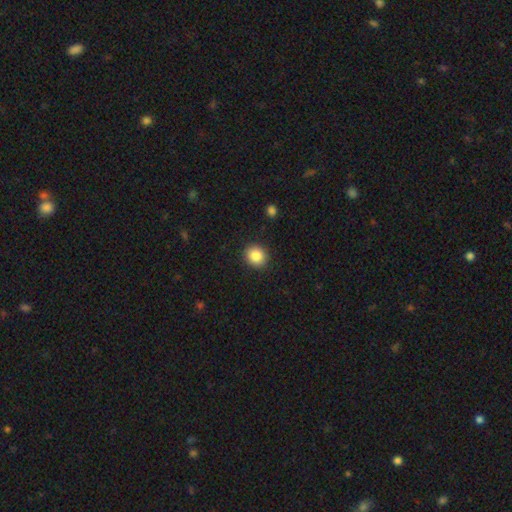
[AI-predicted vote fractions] Q: Smooth or featured?
A: smooth (86%); runner-up: star or artifact (9%)
Q: How rounded?
A: round (83%); runner-up: in between (16%)
Q: Merging?
A: none (90%); runner-up: minor disturbance (6%)